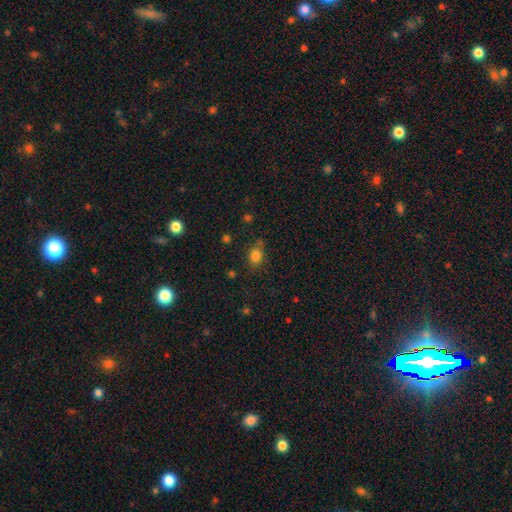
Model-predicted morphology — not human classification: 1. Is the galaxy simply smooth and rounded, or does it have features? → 81% smooth, 13% star or artifact, 6% featured or disk.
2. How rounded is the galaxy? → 52% round, 47% in between, 1% cigar-shaped.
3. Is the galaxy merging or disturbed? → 72% none, 19% minor disturbance, 5% major disturbance, 4% merger.